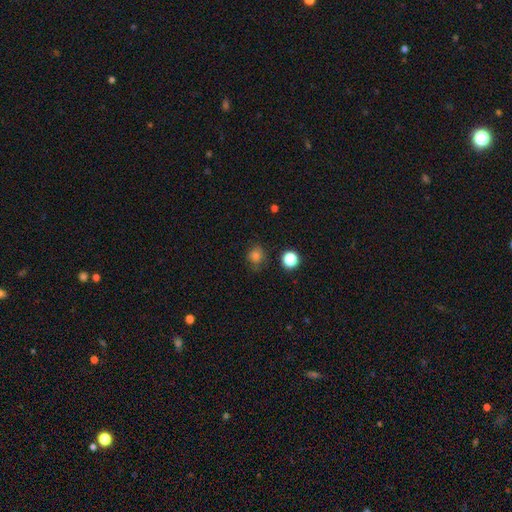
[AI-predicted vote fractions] smooth_or_featured: smooth (p=0.79) [alt: star or artifact p=0.16]
how_rounded: round (p=0.77) [alt: in between p=0.22]
merging: none (p=0.76) [alt: minor disturbance p=0.17]